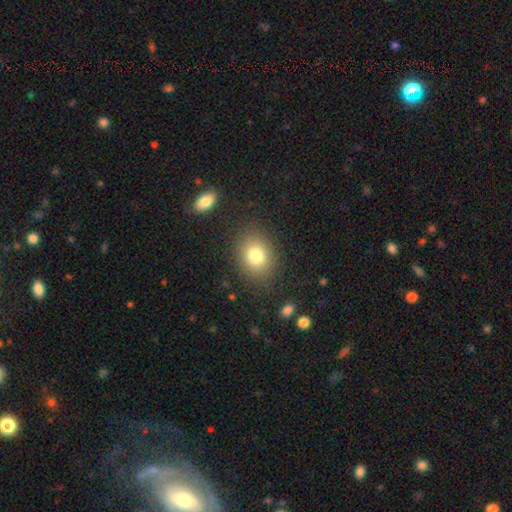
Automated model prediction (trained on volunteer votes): Smooth or featured?
  - smooth: 78% *
  - star or artifact: 11%
  - featured or disk: 10%
How rounded?
  - in between: 50% *
  - round: 49%
  - cigar-shaped: 1%
Merging?
  - none: 84% *
  - minor disturbance: 10%
  - major disturbance: 4%
  - merger: 2%